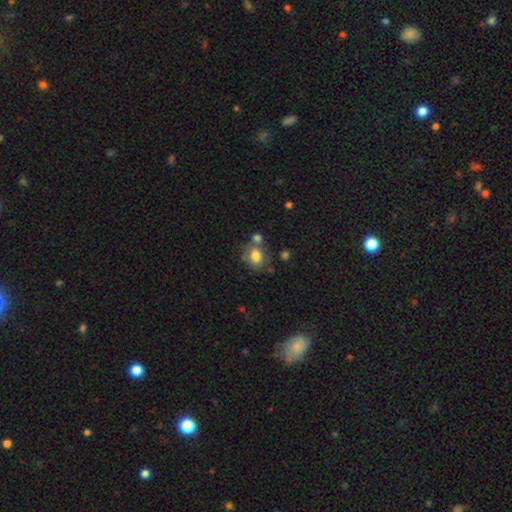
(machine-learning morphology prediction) Smooth or featured: smooth — 80% (featured or disk — 11%)
How rounded: in between — 56% (round — 43%)
Merging: none — 54% (merger — 23%)